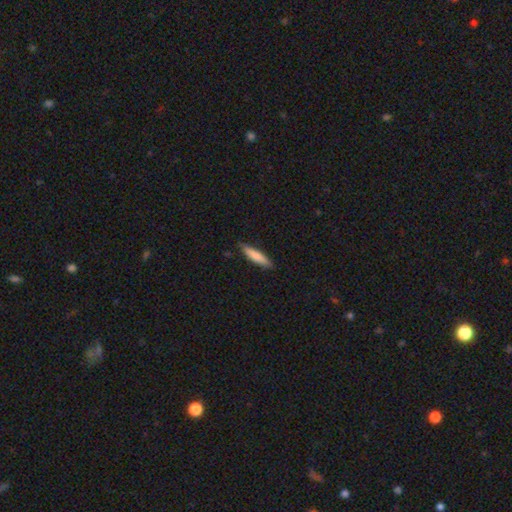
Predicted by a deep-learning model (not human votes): Smooth or featured? Predicted: smooth (p=0.80). How rounded? Predicted: cigar-shaped (p=0.83). Merging? Predicted: none (p=0.85).